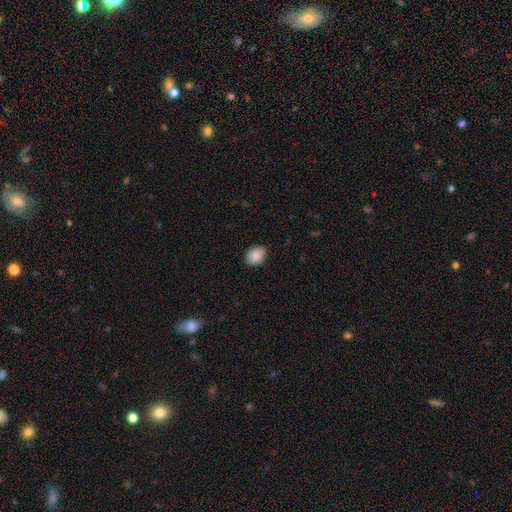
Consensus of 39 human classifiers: Morphology: type=smooth (97%); roundness=in between (58%); merging=none (95%).